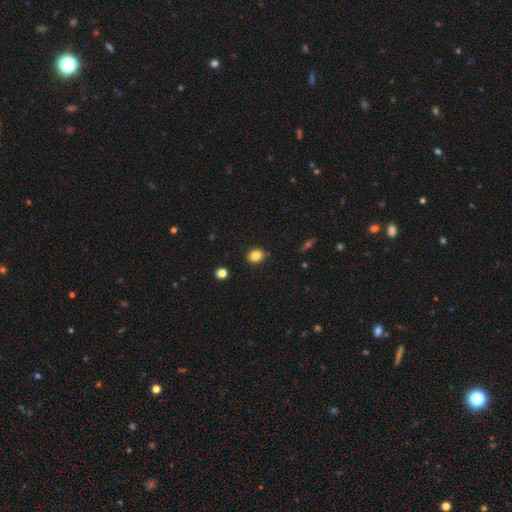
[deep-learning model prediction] Overall: smooth (85%). How rounded: round (63%; in between 36%). Merging: none (86%).